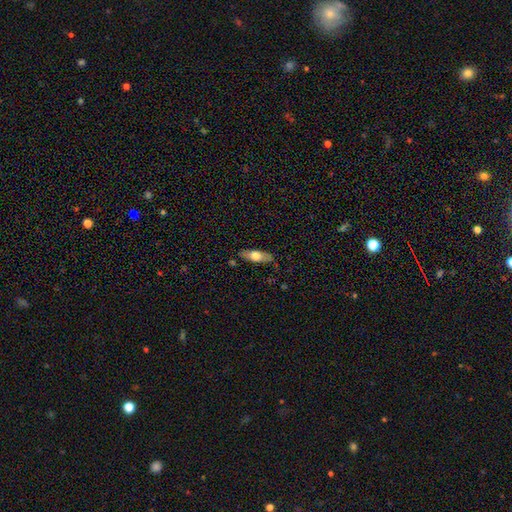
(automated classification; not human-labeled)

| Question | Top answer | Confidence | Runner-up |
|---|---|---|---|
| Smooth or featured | smooth | 60% | featured or disk (34%) |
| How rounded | in between | 59% | cigar-shaped (38%) |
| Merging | none | 82% | minor disturbance (14%) |